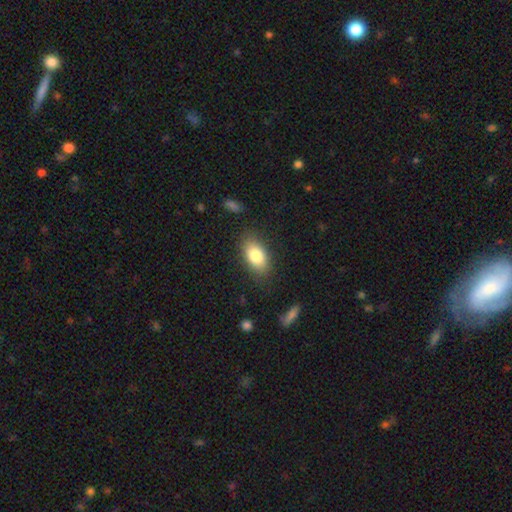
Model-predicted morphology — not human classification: type=smooth (83%); roundness=in between (91%); merging=none (82%).